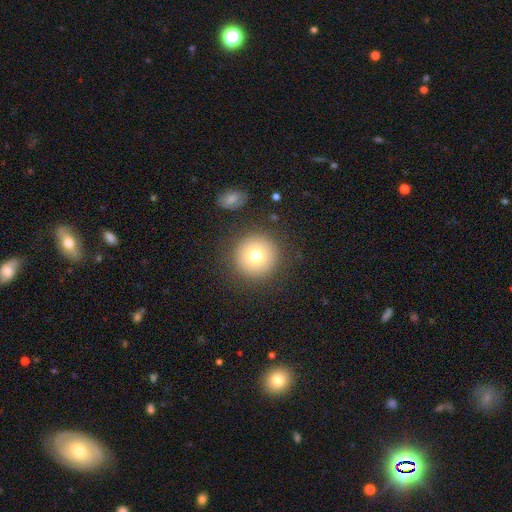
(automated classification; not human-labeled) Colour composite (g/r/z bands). It shows a smooth galaxy with no disk features (75%) that is round (96%). Merging: none (87%).